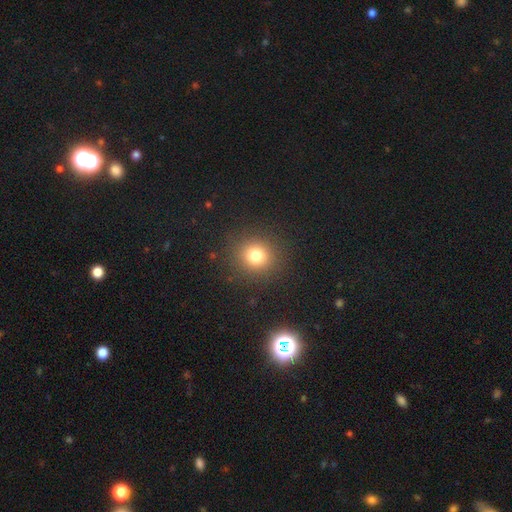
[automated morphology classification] A smooth galaxy with no disk features (77%) that is round (89%). Merging: none (90%).